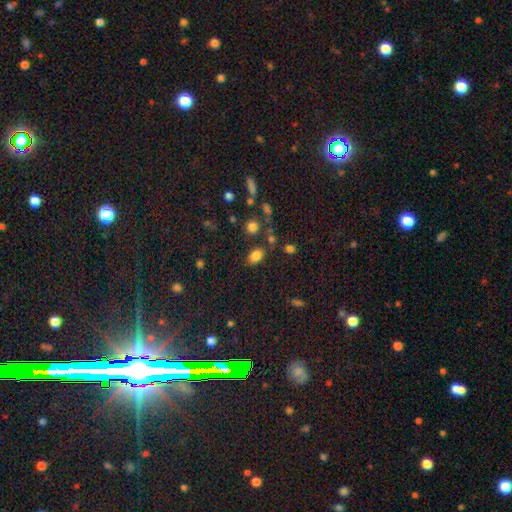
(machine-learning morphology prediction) A smooth galaxy with no disk features (82%) that is in between round and cigar-shaped (82%). Merging: none (78%).